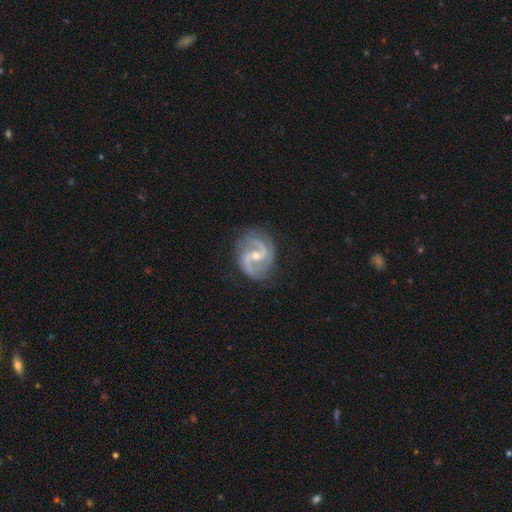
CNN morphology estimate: A featured or disk galaxy (90%) with a weak bar (48%), 2 (90%) medium (57%) spiral arms (98%) and a small central bulge (51%).

Vote fractions:
- Smooth or featured? featured or disk: 90% / star or artifact: 5% / smooth: 4%
- Edge-on disk? no: 98% / yes: 2%
- Bar? weak: 48% / no: 28% / strong: 24%
- Spiral arms? yes: 98% / no: 2%
- Spiral winding? medium: 57% / loose: 24% / tight: 20%
- Spiral arm count? 2: 90% / 3: 3% / can't tell: 3% / 1: 1% / 4: 1% / more than 4: 1%
- Bulge size? small: 51% / moderate: 46% / none: 1% / large: 1% / dominant: 1%
- Merging? none: 80% / minor disturbance: 14% / major disturbance: 5% / merger: 1%